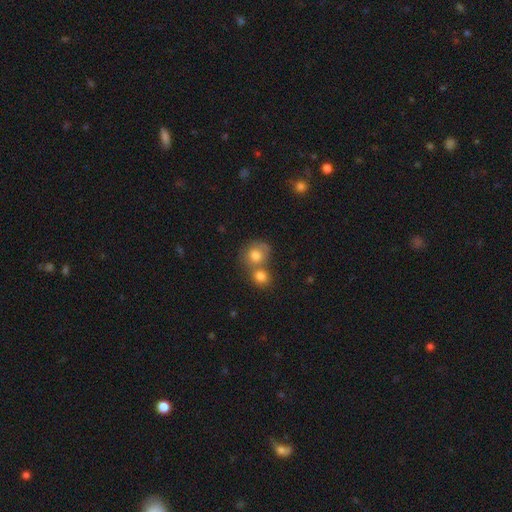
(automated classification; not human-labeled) A smooth galaxy with no disk features (78%) that is round (78%). Merging: merger (50%).